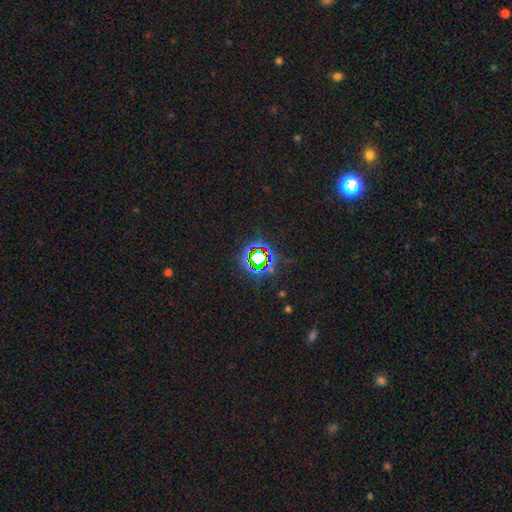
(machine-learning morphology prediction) The model was most divided on "smooth or featured": star or artifact: 76%, smooth: 15%, featured or disk: 9%.